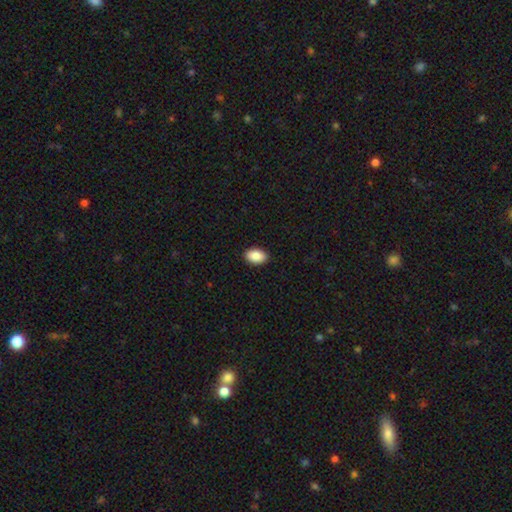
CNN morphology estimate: Smooth or featured? Predicted: smooth (p=0.88). How rounded? Predicted: in between (p=0.90). Merging? Predicted: none (p=0.91).